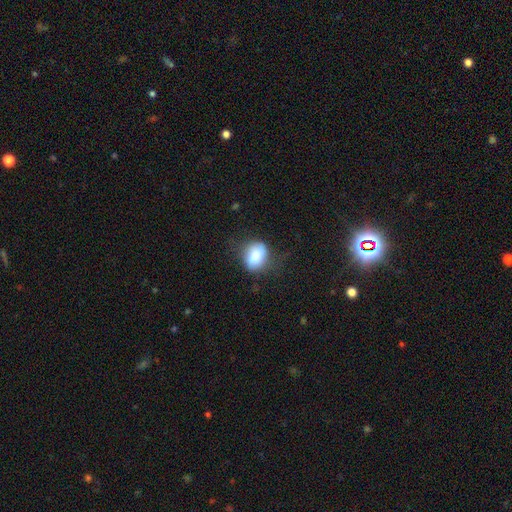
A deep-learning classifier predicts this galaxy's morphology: A smooth galaxy with no disk features (71%) that is in between round and cigar-shaped (61%).

Vote fractions:
- Smooth or featured? smooth: 71% / featured or disk: 21% / star or artifact: 8%
- How rounded? in between: 61% / round: 38% / cigar-shaped: 2%
- Merging? none: 57% / minor disturbance: 28% / major disturbance: 13% / merger: 2%